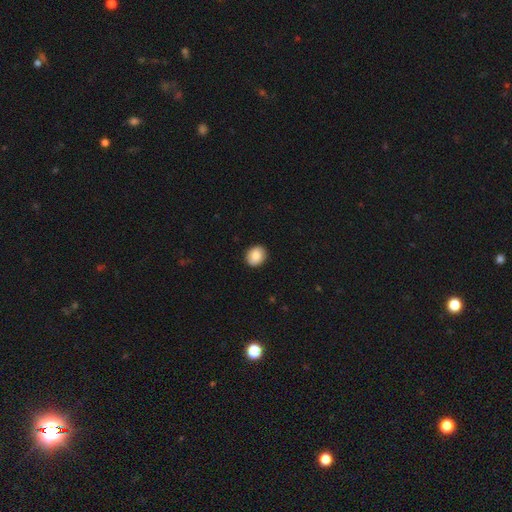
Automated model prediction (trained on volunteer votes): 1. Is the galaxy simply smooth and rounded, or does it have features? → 87% smooth, 7% star or artifact, 5% featured or disk.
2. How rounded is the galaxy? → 58% round, 41% in between, 1% cigar-shaped.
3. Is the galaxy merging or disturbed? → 91% none, 7% minor disturbance, 2% major disturbance, 1% merger.